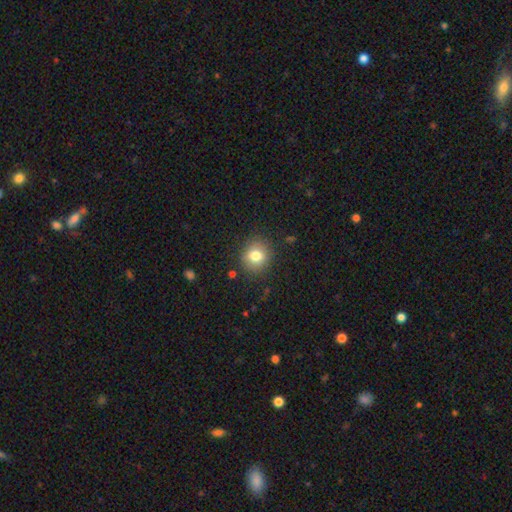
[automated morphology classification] This is likely a smooth galaxy (79%). How rounded: likely round (78%). Merging: clearly none (86%).